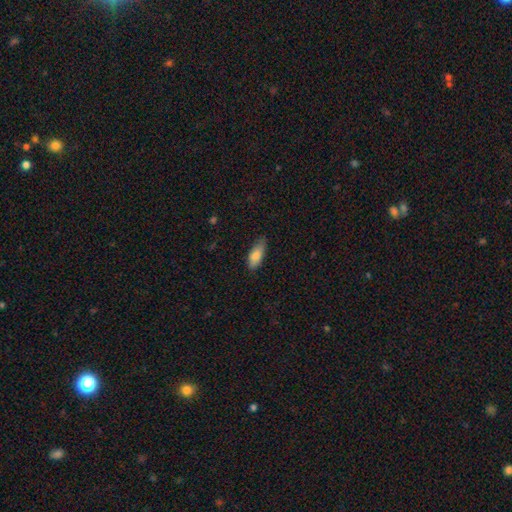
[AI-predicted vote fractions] A smooth galaxy with no disk features (83%) that is in between round and cigar-shaped (77%).

Vote fractions:
- Smooth or featured? smooth: 83% / featured or disk: 10% / star or artifact: 6%
- How rounded? in between: 77% / cigar-shaped: 21% / round: 2%
- Merging? none: 77% / minor disturbance: 19% / major disturbance: 3% / merger: 1%